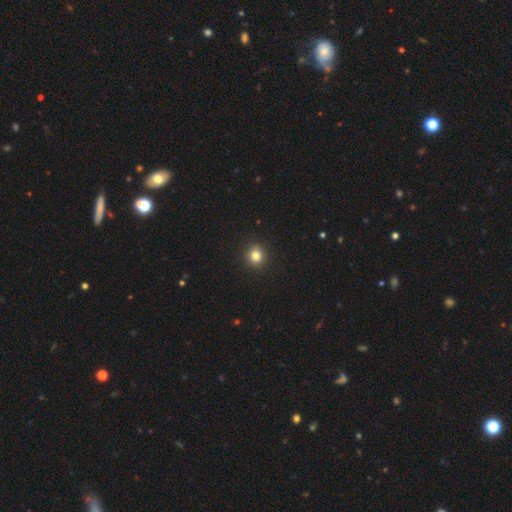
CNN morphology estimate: Smooth or featured? Predicted: smooth (p=0.81). How rounded? Predicted: round (p=0.90). Merging? Predicted: none (p=0.93).